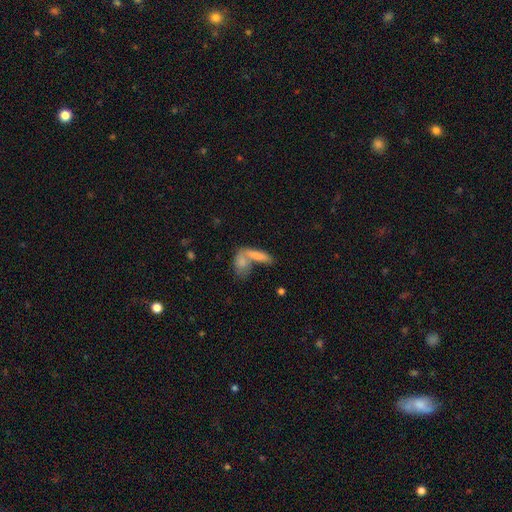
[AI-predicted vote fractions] smooth 78%, featured or disk 14%, star or artifact 8%. Down the decision tree: how rounded — in between (60%); merging — merger (57%).